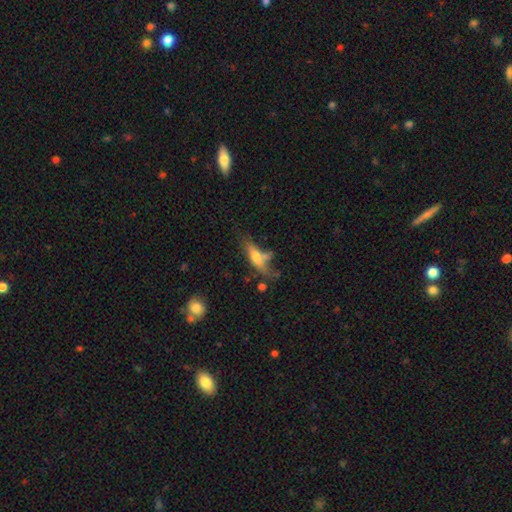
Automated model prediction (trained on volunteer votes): Smooth or featured: smooth — 49% (featured or disk — 42%)
Merging: none — 47% (minor disturbance — 22%)